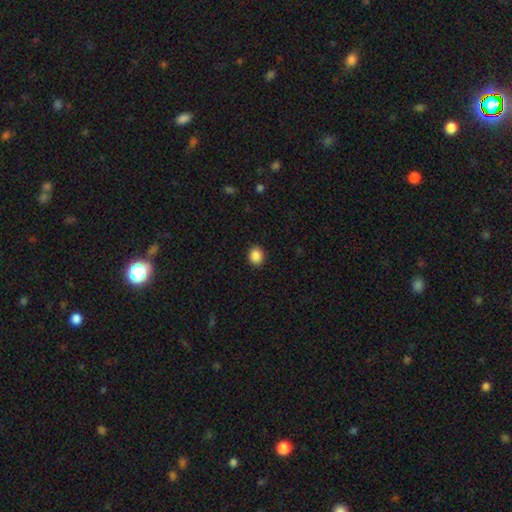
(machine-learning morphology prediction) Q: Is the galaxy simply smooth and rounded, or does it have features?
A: smooth — 88%.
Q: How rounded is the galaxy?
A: round — 76%.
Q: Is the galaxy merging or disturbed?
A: none — 91%.